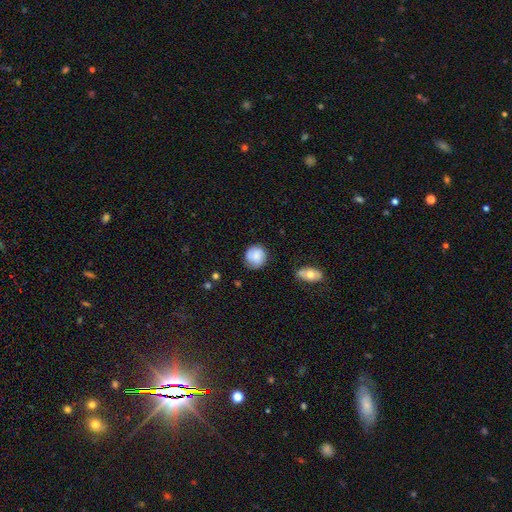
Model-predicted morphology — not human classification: smooth 64%, featured or disk 29%, star or artifact 8%. Down the decision tree: how rounded — round (86%); merging — none (76%).